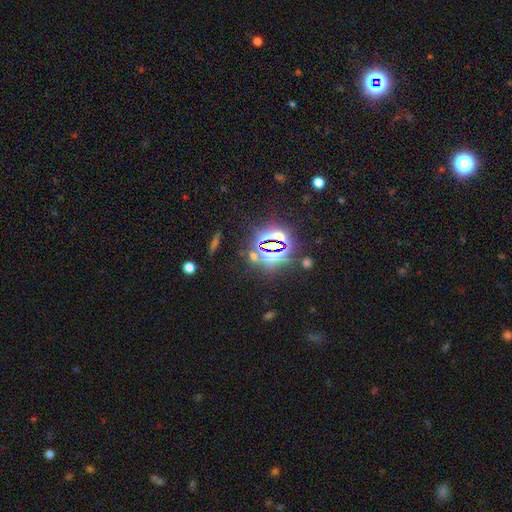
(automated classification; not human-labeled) Q: Smooth or featured?
A: star or artifact (79%); runner-up: smooth (12%)